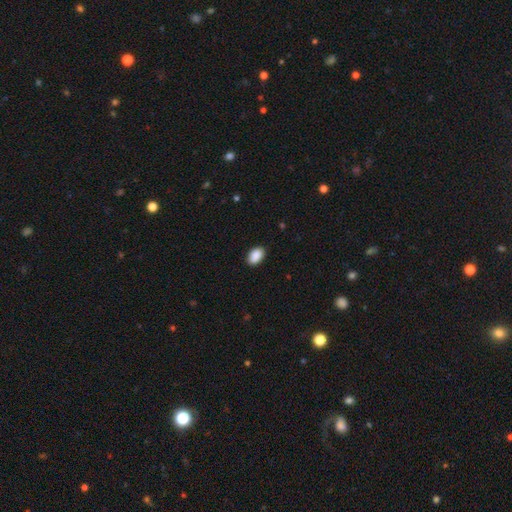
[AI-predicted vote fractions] A smooth galaxy with no disk features (90%) that is in between round and cigar-shaped (91%).

Vote fractions:
- Smooth or featured? smooth: 90% / star or artifact: 7% / featured or disk: 3%
- How rounded? in between: 91% / round: 8% / cigar-shaped: 1%
- Merging? none: 88% / minor disturbance: 9% / major disturbance: 2% / merger: 1%